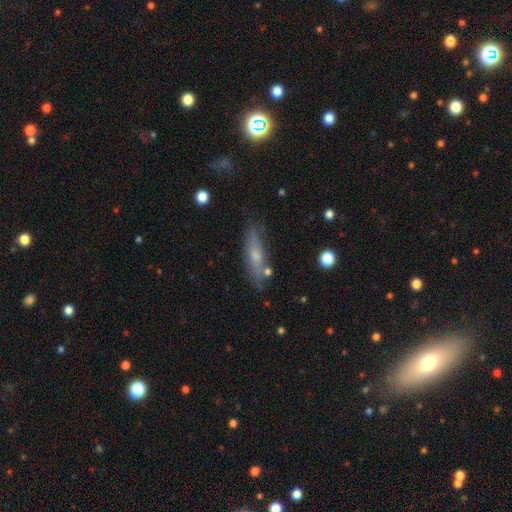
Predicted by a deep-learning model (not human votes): smooth_or_featured: smooth (p=0.48) [alt: featured or disk p=0.44]
merging: none (p=0.73) [alt: minor disturbance p=0.18]